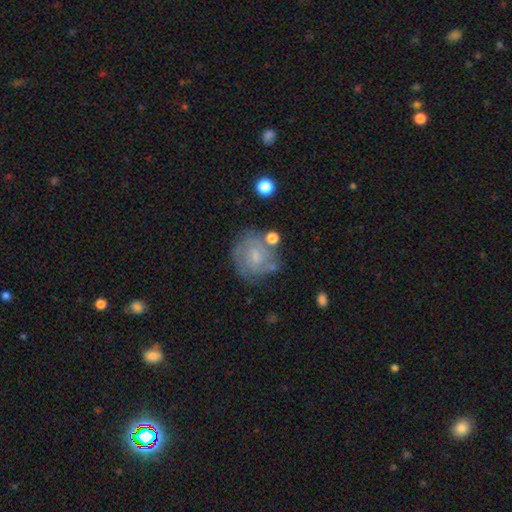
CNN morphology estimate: The model was most divided on "bar": no: 57%, weak: 38%, strong: 6%. More confident: edge-on disk — no (97%); spiral arms — yes (79%); merging — none (66%); bulge size — small (58%); smooth or featured — featured or disk (58%).